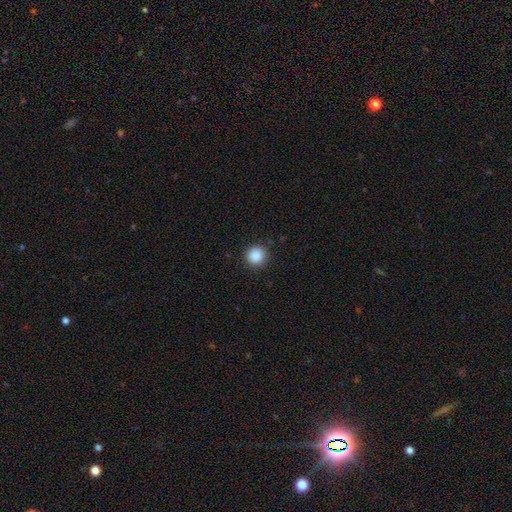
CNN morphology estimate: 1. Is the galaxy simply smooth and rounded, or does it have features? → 88% smooth, 9% star or artifact, 3% featured or disk.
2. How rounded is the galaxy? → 94% round, 5% in between, 1% cigar-shaped.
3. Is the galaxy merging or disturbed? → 90% none, 7% minor disturbance, 2% major disturbance, 1% merger.